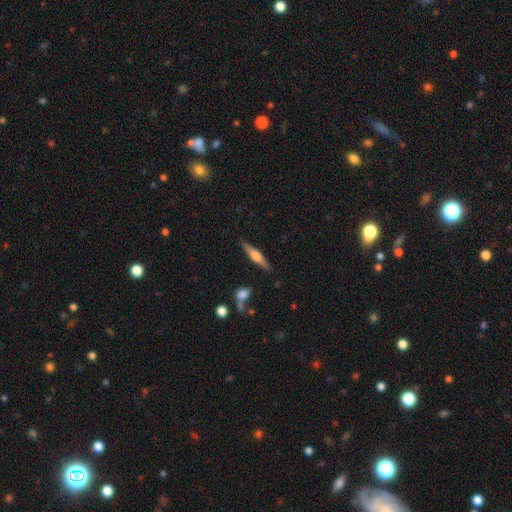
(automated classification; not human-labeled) smooth_or_featured: featured or disk (p=0.59) [alt: smooth p=0.34]
disk_edge_on: yes (p=0.96) [alt: no p=0.04]
edge_on_bulge: rounded (p=0.84) [alt: boxy p=0.12]
merging: none (p=0.86) [alt: minor disturbance p=0.09]